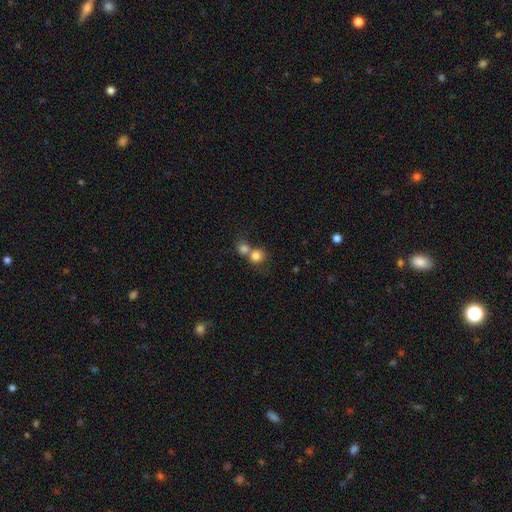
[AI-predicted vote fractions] This is likely a smooth galaxy (80%). How rounded: clearly round (82%). Merging: possibly merger (55%).